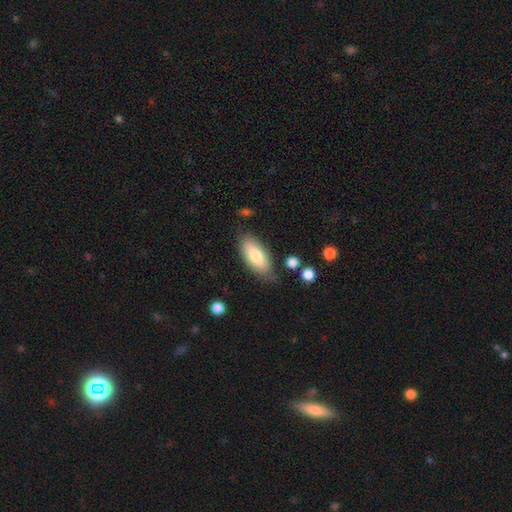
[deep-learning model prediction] smooth_or_featured: smooth (p=0.78) [alt: featured or disk p=0.16]
how_rounded: in between (p=0.83) [alt: cigar-shaped p=0.15]
merging: none (p=0.76) [alt: minor disturbance p=0.17]